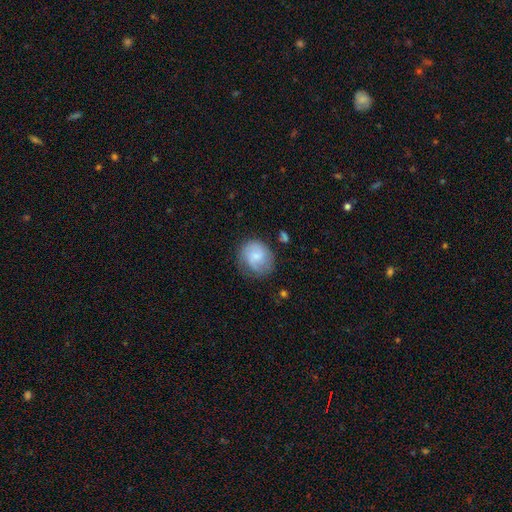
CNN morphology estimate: Smooth or featured? smooth (51%)
How rounded? round (78%)
Merging? none (67%)